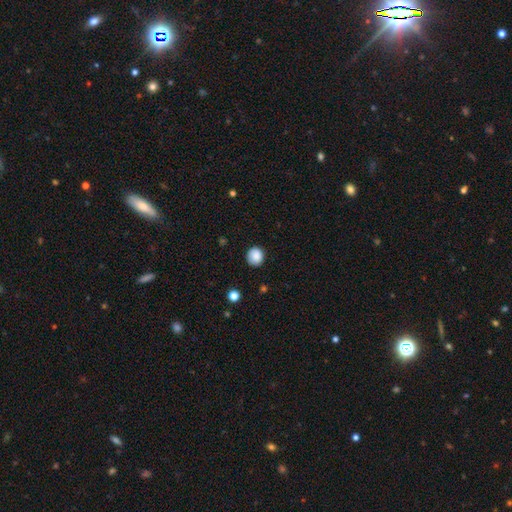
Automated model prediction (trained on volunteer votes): Smooth or featured?
  - smooth: 86% *
  - star or artifact: 9%
  - featured or disk: 5%
How rounded?
  - round: 81% *
  - in between: 19%
  - cigar-shaped: 1%
Merging?
  - none: 82% *
  - minor disturbance: 14%
  - major disturbance: 3%
  - merger: 1%